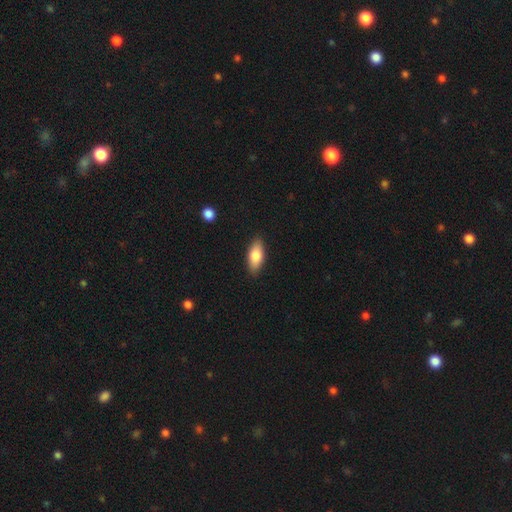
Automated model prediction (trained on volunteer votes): A smooth galaxy with no disk features (80%) that is in between round and cigar-shaped (85%).

Vote fractions:
- Smooth or featured? smooth: 80% / featured or disk: 14% / star or artifact: 6%
- How rounded? in between: 85% / cigar-shaped: 12% / round: 3%
- Merging? none: 87% / minor disturbance: 10% / major disturbance: 2% / merger: 1%